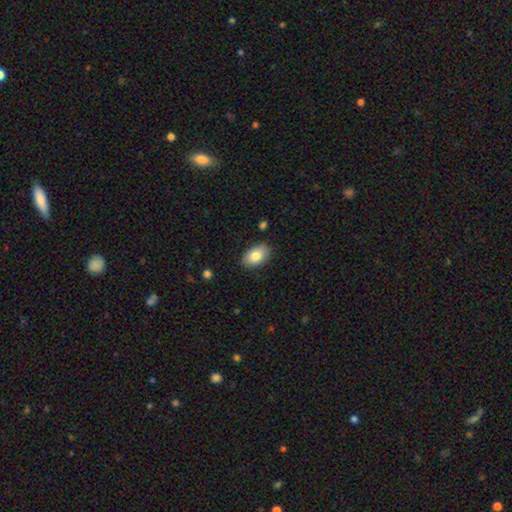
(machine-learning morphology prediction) type=smooth (82%); roundness=in between (90%); merging=none (87%).